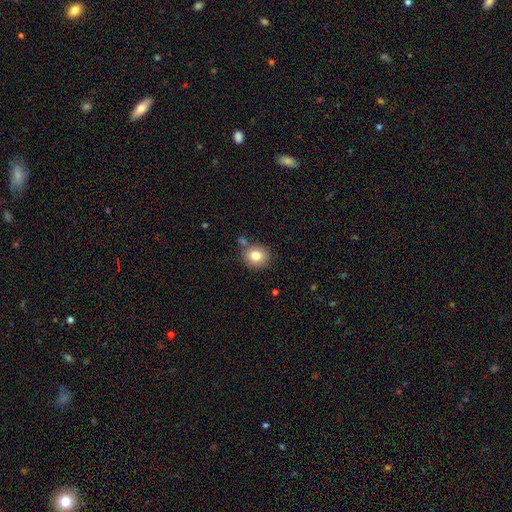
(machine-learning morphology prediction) Smooth or featured: smooth — 80% (star or artifact — 11%)
How rounded: round — 82% (in between — 17%)
Merging: none — 77% (minor disturbance — 11%)